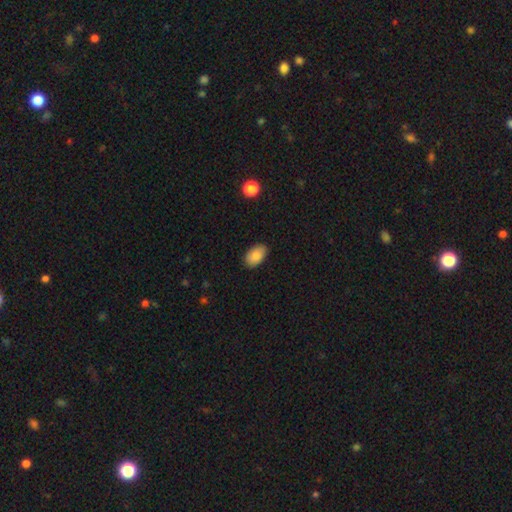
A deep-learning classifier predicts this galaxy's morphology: This appears to be a smooth galaxy with no disk features (86%) that is in between round and cigar-shaped (93%). Merging: none (87%).